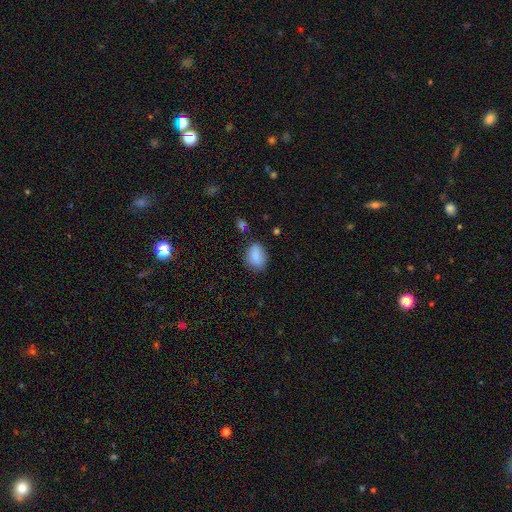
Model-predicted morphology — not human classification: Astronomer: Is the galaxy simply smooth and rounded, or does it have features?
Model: smooth — 86%.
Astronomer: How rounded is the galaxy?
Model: in between — 75%.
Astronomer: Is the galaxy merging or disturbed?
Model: none — 72%.